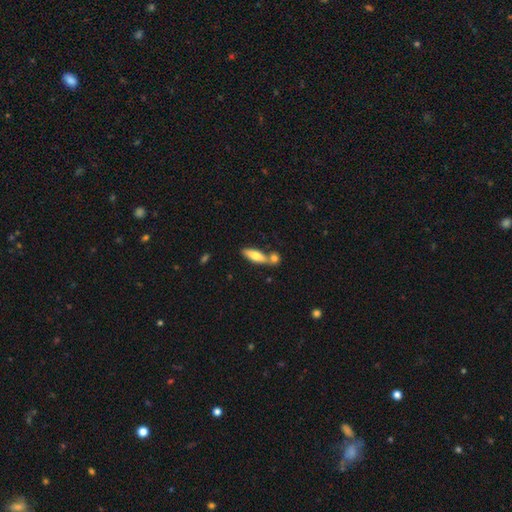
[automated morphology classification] The model was most divided on "how rounded": cigar-shaped: 52%, in between: 45%, round: 2%. More confident: smooth or featured — smooth (66%); merging — none (60%).